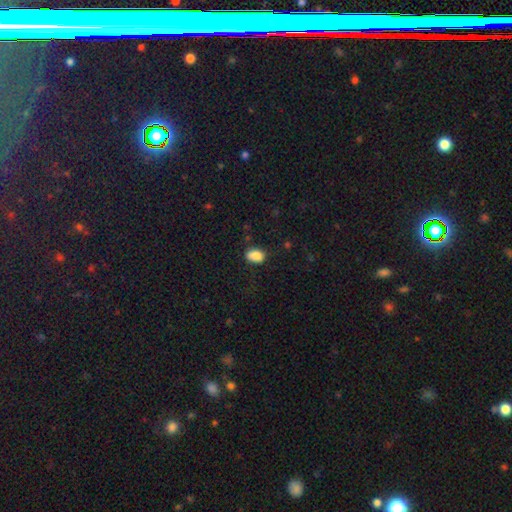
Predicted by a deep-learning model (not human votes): A smooth galaxy with no disk features (87%) that is in between round and cigar-shaped (79%). Merging: none (73%).